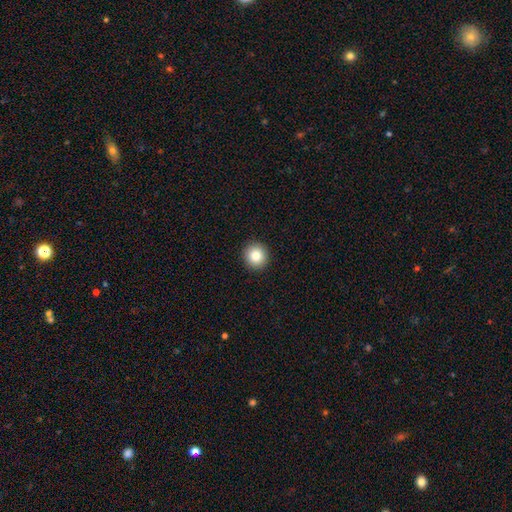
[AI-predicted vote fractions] A smooth galaxy with no disk features (84%) that is round (94%). Merging: none (93%).